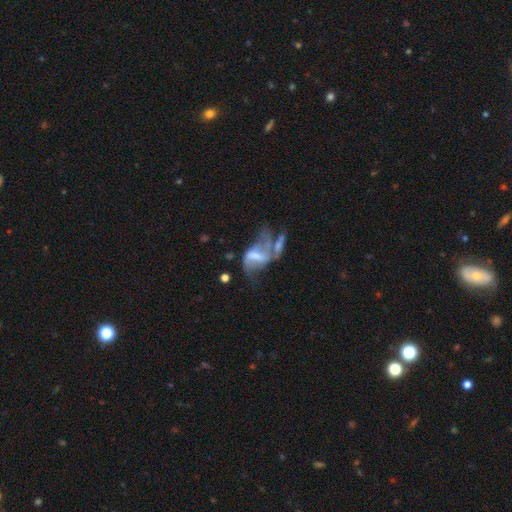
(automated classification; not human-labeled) This is likely a featured or disk galaxy (68%). It is clearly not viewed edge-on (95%). Bar: marginally weak (40%). Spiral arm pattern: likely yes (68%). Central bulge: marginally none (38%). Merging: marginally merger (35%).